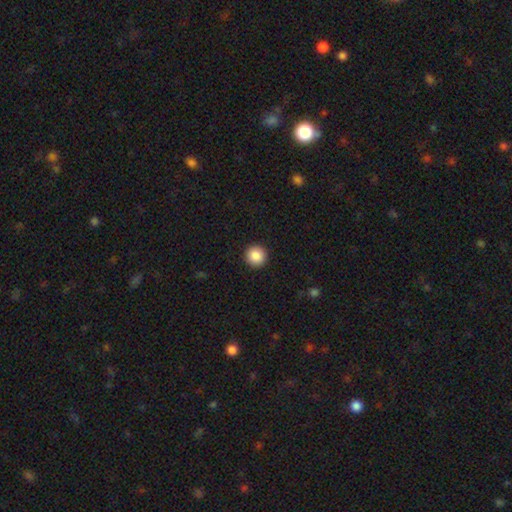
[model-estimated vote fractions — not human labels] Smooth or featured? Predicted: smooth (p=0.88). How rounded? Predicted: round (p=0.96). Merging? Predicted: none (p=0.93).